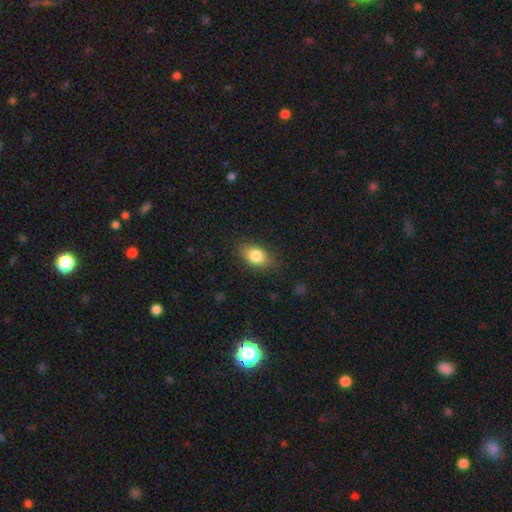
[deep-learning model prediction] Overall: smooth (82%). How rounded: in between (84%). Merging: none (83%).